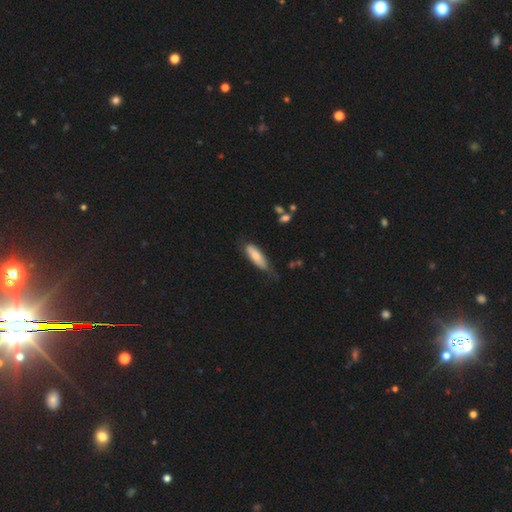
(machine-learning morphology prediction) smooth 74%, featured or disk 20%, star or artifact 6%. Down the decision tree: how rounded — in between (60%); merging — none (52%).